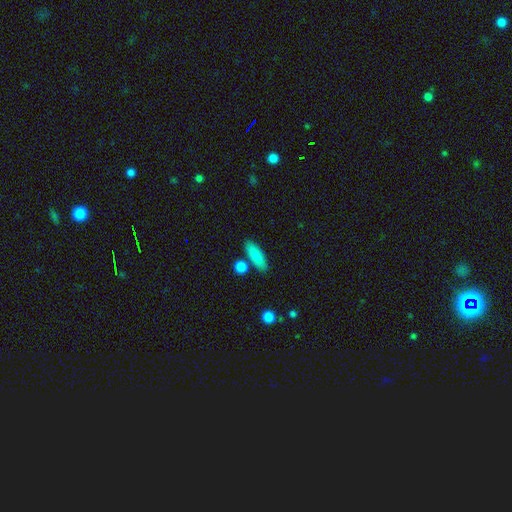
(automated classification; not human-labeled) A smooth galaxy with no disk features (85%) that is cigar-shaped (48%, tied with in between).

Vote fractions:
- Smooth or featured? smooth: 85% / featured or disk: 8% / star or artifact: 6%
- How rounded? cigar-shaped: 48% (tied) / in between: 48% (tied) / round: 4%
- Merging? none: 79% / minor disturbance: 11% / merger: 8% / major disturbance: 3%